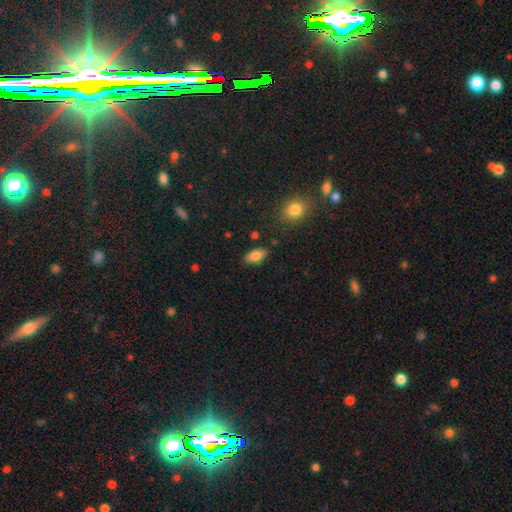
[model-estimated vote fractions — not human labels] Q: Smooth or featured?
A: smooth (83%); runner-up: featured or disk (9%)
Q: How rounded?
A: in between (91%); runner-up: cigar-shaped (6%)
Q: Merging?
A: none (83%); runner-up: minor disturbance (11%)